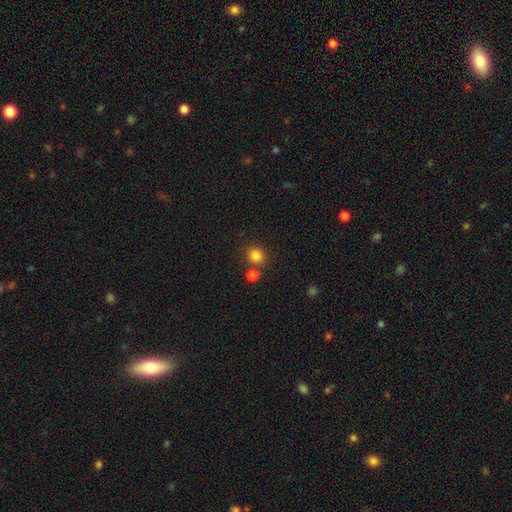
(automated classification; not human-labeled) A smooth galaxy with no disk features (83%) that is round (83%). Merging: none (73%).